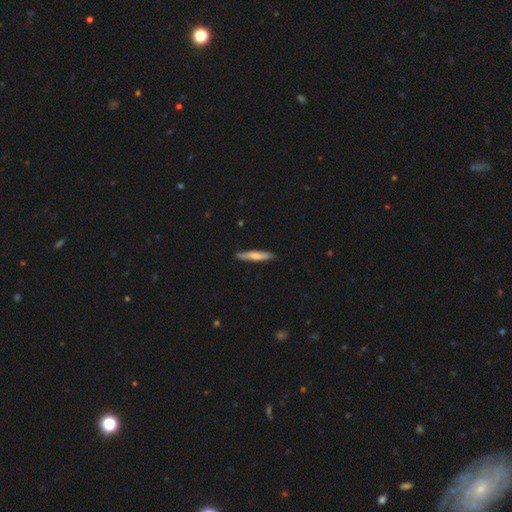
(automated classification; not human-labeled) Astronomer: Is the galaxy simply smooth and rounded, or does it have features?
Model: smooth — 66%.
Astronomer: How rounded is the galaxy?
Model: cigar-shaped — 91%.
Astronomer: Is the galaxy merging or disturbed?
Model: none — 87%.